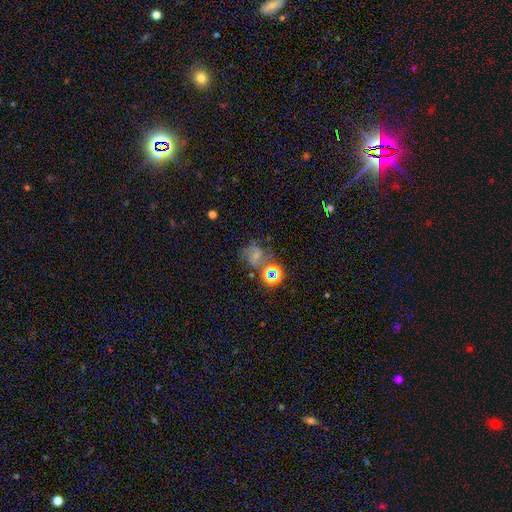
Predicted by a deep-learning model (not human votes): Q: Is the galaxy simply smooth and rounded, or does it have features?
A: featured or disk — 38%.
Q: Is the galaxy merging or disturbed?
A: none — 49%.